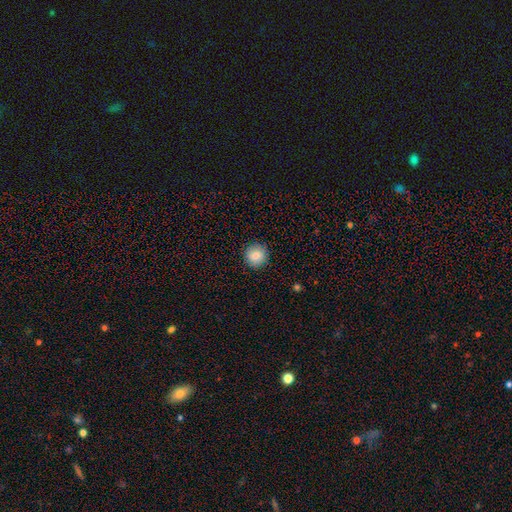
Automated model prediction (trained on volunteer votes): smooth 84%, star or artifact 9%, featured or disk 8%. Down the decision tree: how rounded — round (92%); merging — none (90%).